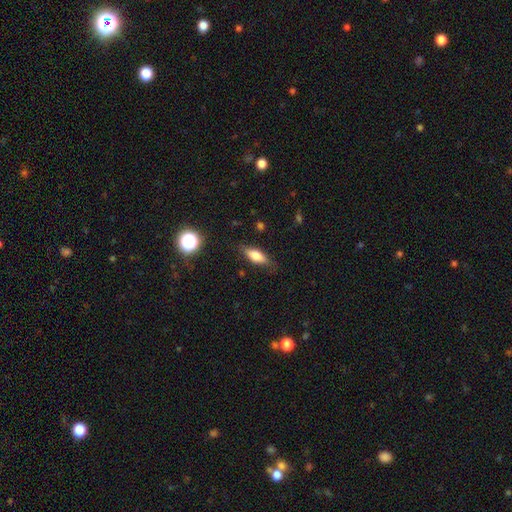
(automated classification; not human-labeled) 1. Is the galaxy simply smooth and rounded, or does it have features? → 69% smooth, 23% featured or disk, 9% star or artifact.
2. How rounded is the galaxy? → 66% in between, 30% cigar-shaped, 4% round.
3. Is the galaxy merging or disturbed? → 79% none, 15% minor disturbance, 4% major disturbance, 1% merger.